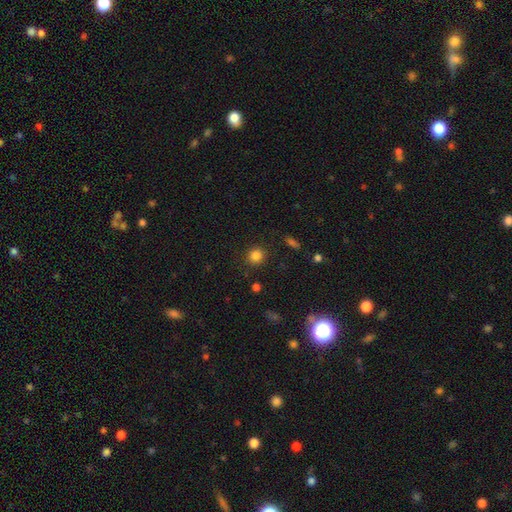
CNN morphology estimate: A smooth galaxy with no disk features (83%) that is round (87%).

Vote fractions:
- Smooth or featured? smooth: 83% / star or artifact: 13% / featured or disk: 4%
- How rounded? round: 87% / in between: 12% / cigar-shaped: 1%
- Merging? none: 88% / minor disturbance: 7% / major disturbance: 3% / merger: 2%